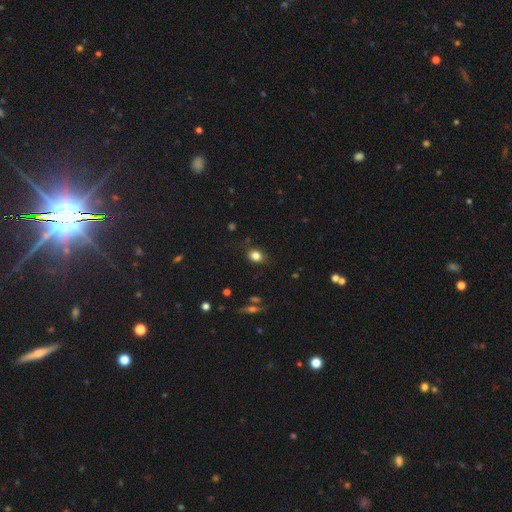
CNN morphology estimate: Q: Smooth or featured?
A: smooth (82%); runner-up: star or artifact (11%)
Q: How rounded?
A: in between (50%); runner-up: round (49%)
Q: Merging?
A: none (80%); runner-up: minor disturbance (14%)